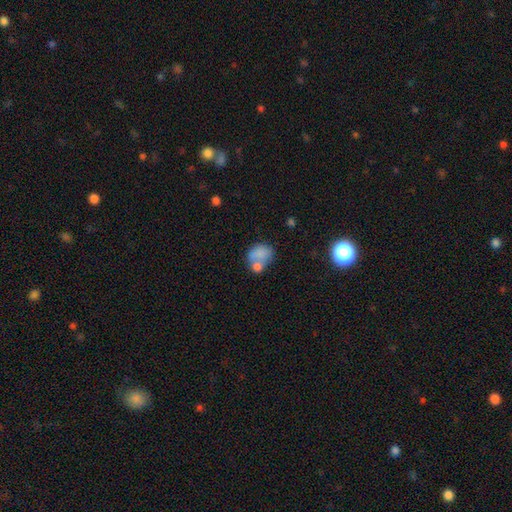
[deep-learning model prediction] A smooth galaxy with no disk features (71%) that is in between round and cigar-shaped (50%). Merging: merger (40%).